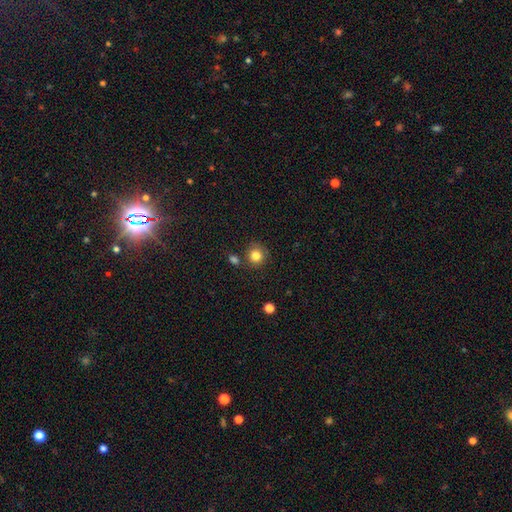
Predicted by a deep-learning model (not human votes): Overall: smooth (83%). How rounded: round (89%). Merging: none (78%).